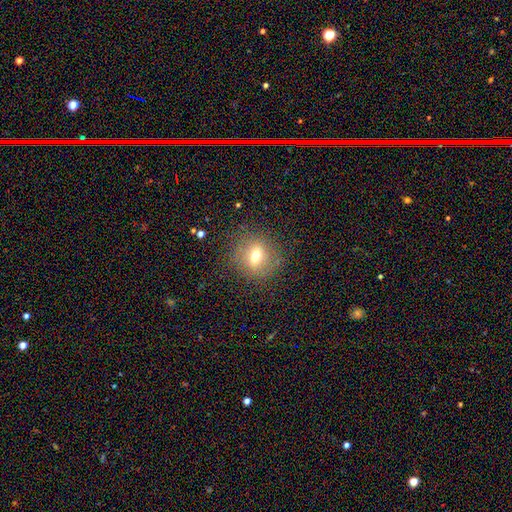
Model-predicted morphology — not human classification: This is possibly a smooth galaxy (60%). How rounded: likely round (75%). Merging: clearly none (82%).